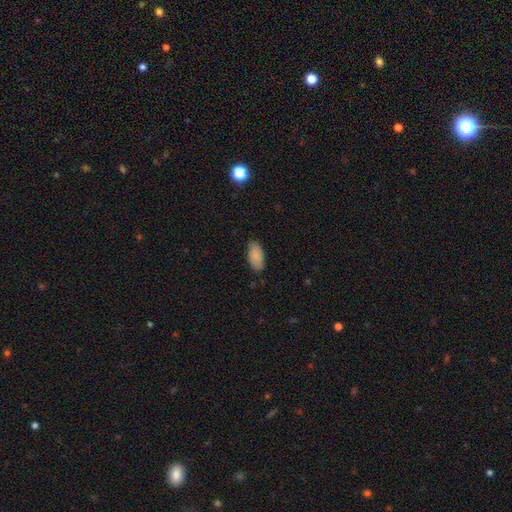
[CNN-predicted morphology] smooth_or_featured: smooth (p=0.84) [alt: featured or disk p=0.09]
how_rounded: in between (p=0.94) [alt: cigar-shaped p=0.04]
merging: none (p=0.82) [alt: minor disturbance p=0.14]